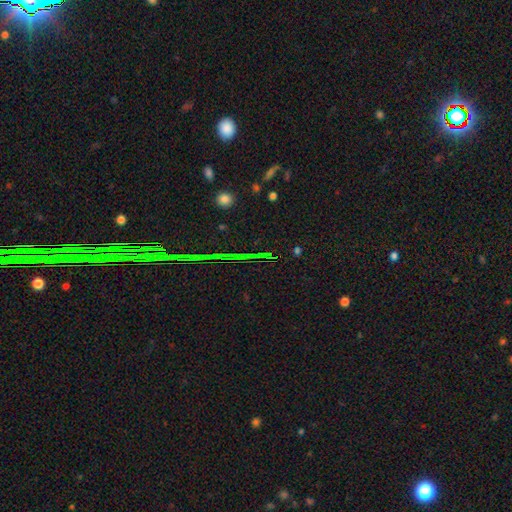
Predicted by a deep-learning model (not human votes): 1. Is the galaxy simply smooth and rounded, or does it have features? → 77% star or artifact, 12% smooth, 11% featured or disk.